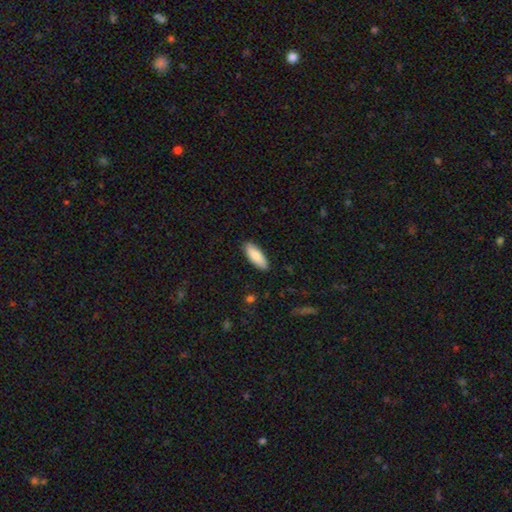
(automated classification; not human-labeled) Smooth or featured? smooth (86%)
How rounded? in between (72%)
Merging? none (89%)